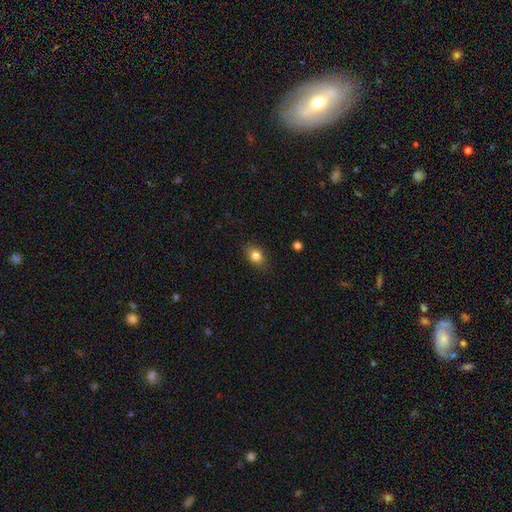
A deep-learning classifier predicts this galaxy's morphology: The model was most divided on "how rounded": in between: 66%, round: 32%, cigar-shaped: 2%. More confident: merging — none (84%); smooth or featured — smooth (83%).